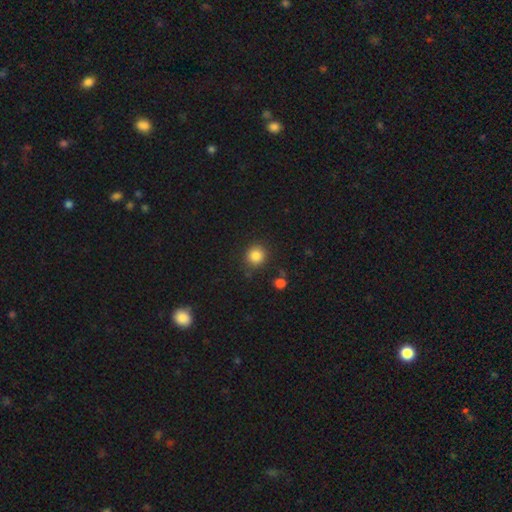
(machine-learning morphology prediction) Smooth or featured?
  - smooth: 85% *
  - star or artifact: 11%
  - featured or disk: 4%
How rounded?
  - round: 90% *
  - in between: 10%
  - cigar-shaped: 1%
Merging?
  - none: 86% *
  - minor disturbance: 8%
  - merger: 3%
  - major disturbance: 3%